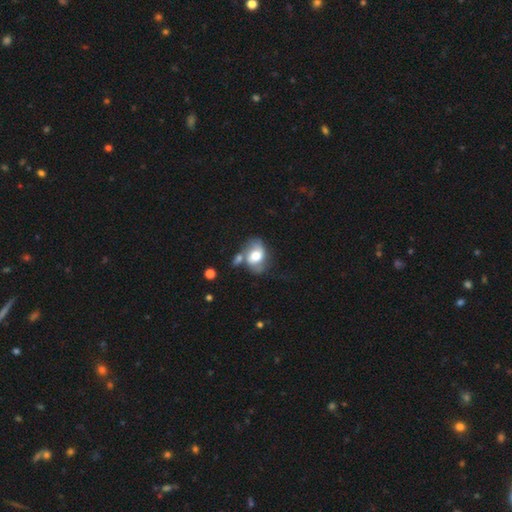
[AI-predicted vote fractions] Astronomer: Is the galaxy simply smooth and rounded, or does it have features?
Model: smooth — 52% (runner-up: featured or disk, 41%).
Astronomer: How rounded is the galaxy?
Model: in between — 71%.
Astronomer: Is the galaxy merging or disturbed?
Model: none — 38% (runner-up: merger, 25%).